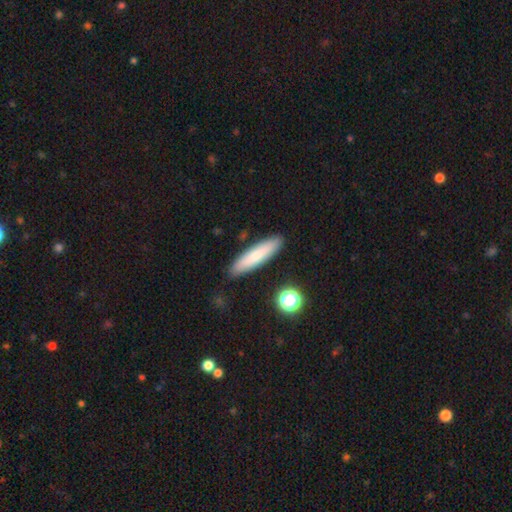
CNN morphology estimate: This appears to be a smooth galaxy with no disk features (75%) that is cigar-shaped (80%). Merging: none (88%).